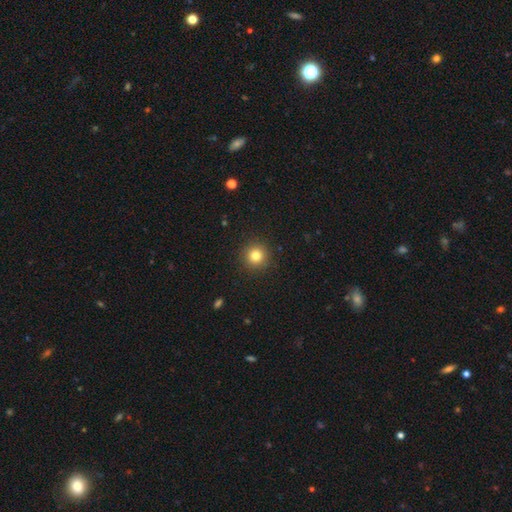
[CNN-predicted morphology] smooth_or_featured: smooth (p=0.81) [alt: star or artifact p=0.12]
how_rounded: round (p=0.95) [alt: in between p=0.04]
merging: none (p=0.92) [alt: minor disturbance p=0.05]